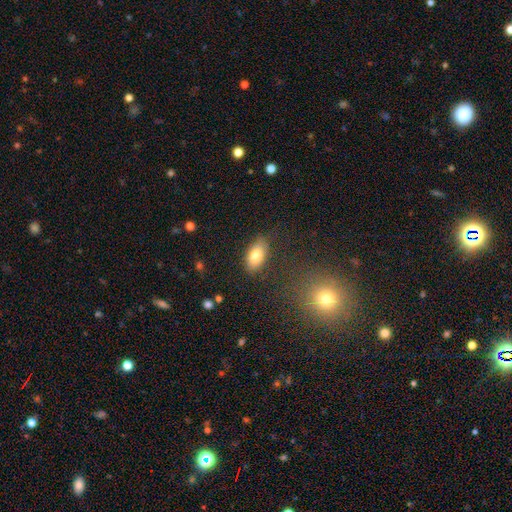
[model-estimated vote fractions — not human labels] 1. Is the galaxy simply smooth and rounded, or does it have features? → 80% smooth, 12% featured or disk, 8% star or artifact.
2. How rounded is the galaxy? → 91% in between, 5% round, 4% cigar-shaped.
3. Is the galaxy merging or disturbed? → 81% none, 14% minor disturbance, 4% major disturbance, 2% merger.